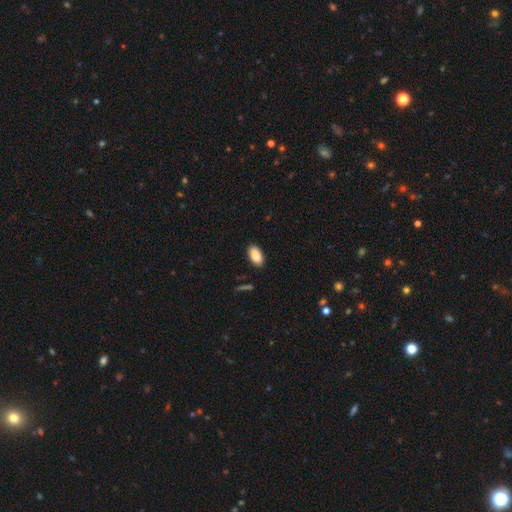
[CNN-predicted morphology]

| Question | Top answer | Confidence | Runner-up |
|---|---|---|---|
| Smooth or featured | smooth | 88% | star or artifact (7%) |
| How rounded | in between | 93% | round (4%) |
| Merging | none | 88% | minor disturbance (9%) |